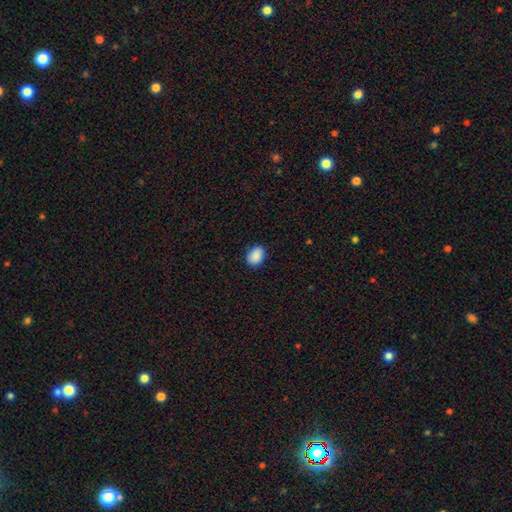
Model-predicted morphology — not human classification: Q: Smooth or featured?
A: smooth (89%); runner-up: star or artifact (7%)
Q: How rounded?
A: in between (73%); runner-up: round (26%)
Q: Merging?
A: none (81%); runner-up: minor disturbance (15%)